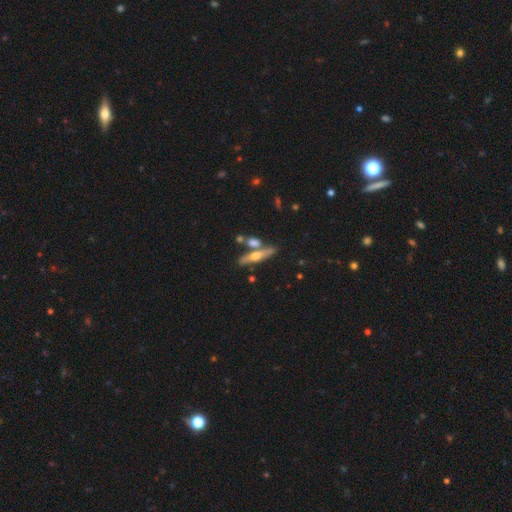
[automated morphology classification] Overall: featured or disk (58%; smooth 35%). Edge-on disk: yes (90%). Edge-on bulge: rounded (92%). Merging: none (68%).